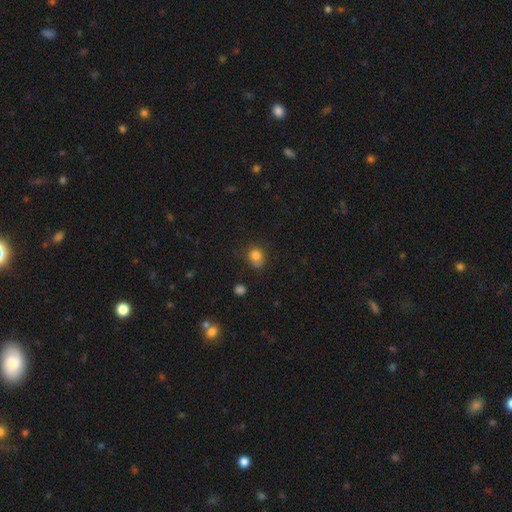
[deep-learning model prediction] The model was most divided on "merging": none: 54%, minor disturbance: 27%, major disturbance: 10%, merger: 9%. More confident: smooth or featured — smooth (79%); how rounded — round (71%).